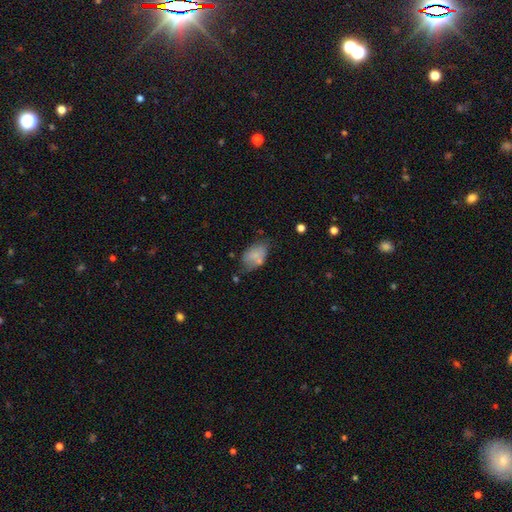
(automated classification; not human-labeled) Smooth or featured: smooth — 74% (featured or disk — 18%)
How rounded: in between — 88% (round — 10%)
Merging: none — 48% (minor disturbance — 30%)